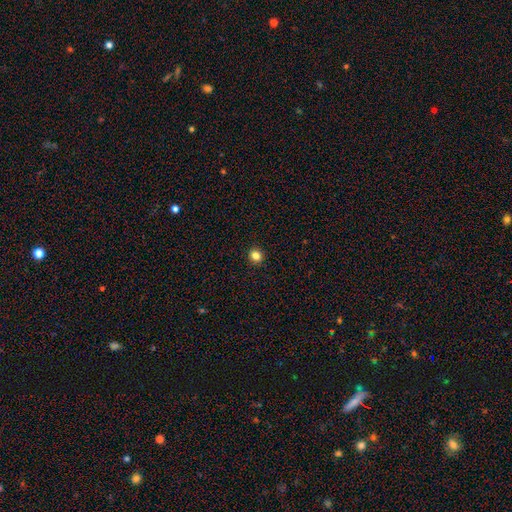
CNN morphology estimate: A smooth galaxy with no disk features (82%) that is round (88%).

Vote fractions:
- Smooth or featured? smooth: 82% / star or artifact: 13% / featured or disk: 5%
- How rounded? round: 88% / in between: 11% / cigar-shaped: 1%
- Merging? none: 93% / minor disturbance: 5% / major disturbance: 2% / merger: 1%